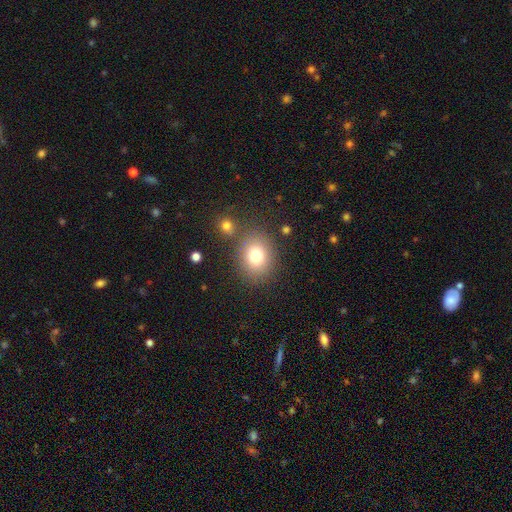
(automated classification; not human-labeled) smooth-or-featured: smooth: 78% | star or artifact: 12% | featured or disk: 10%
  how-rounded: round: 57% | in between: 42% | cigar-shaped: 1%
  merging: none: 78% | minor disturbance: 10% | merger: 8% | major disturbance: 4%